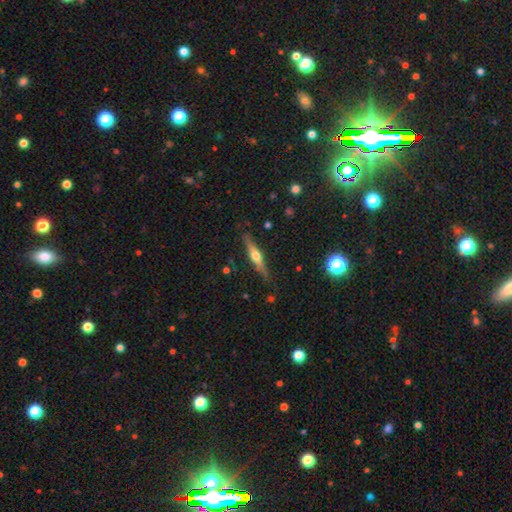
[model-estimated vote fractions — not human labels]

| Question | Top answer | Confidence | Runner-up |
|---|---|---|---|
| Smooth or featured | featured or disk | 63% | smooth (30%) |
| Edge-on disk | yes | 96% | no (4%) |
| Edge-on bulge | rounded | 92% | none (5%) |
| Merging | none | 85% | minor disturbance (11%) |